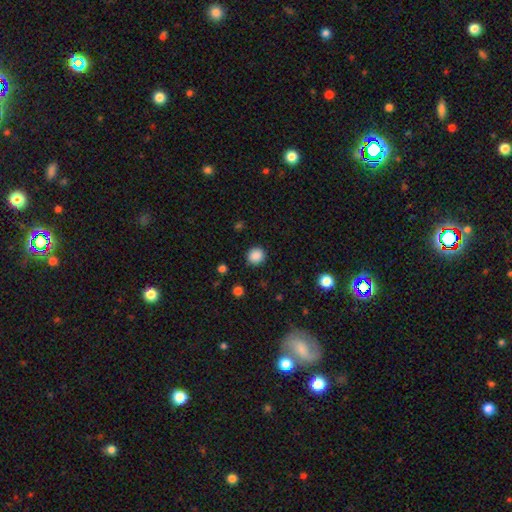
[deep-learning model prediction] This appears to be a smooth galaxy with no disk features (88%) that is round (89%). Merging: none (90%).